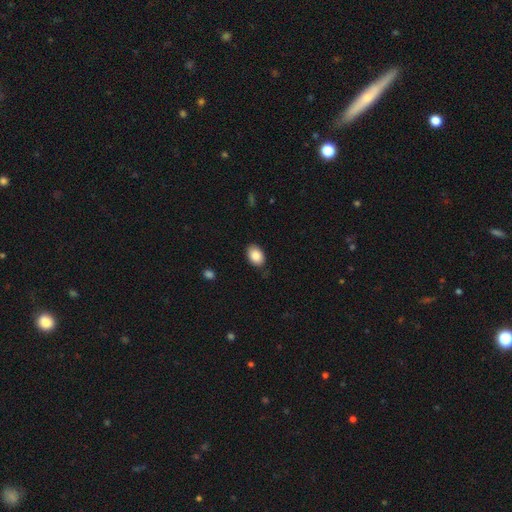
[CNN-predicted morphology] smooth_or_featured: smooth (p=0.87) [alt: star or artifact p=0.07]
how_rounded: in between (p=0.85) [alt: round p=0.14]
merging: none (p=0.82) [alt: minor disturbance p=0.15]